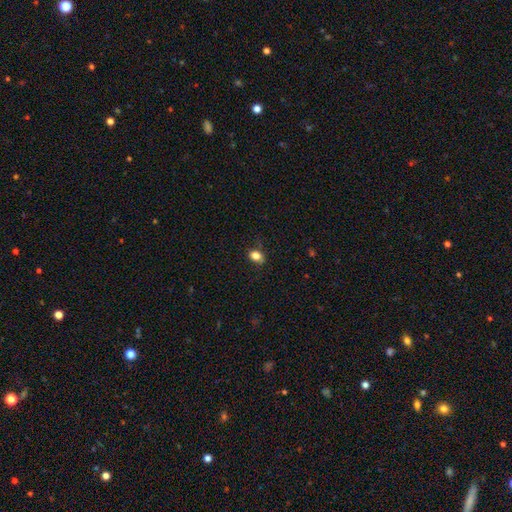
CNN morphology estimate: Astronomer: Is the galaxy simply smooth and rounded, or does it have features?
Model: smooth — 81%.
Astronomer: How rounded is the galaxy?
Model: in between — 68%.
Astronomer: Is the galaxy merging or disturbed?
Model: none — 76%.